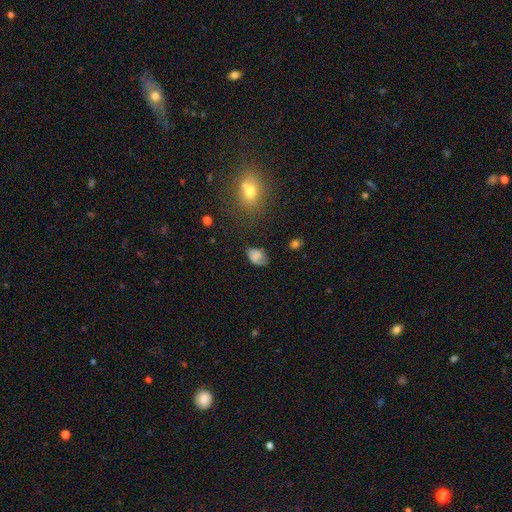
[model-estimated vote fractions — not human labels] Smooth or featured? smooth (74%)
How rounded? in between (82%)
Merging? none (54%)